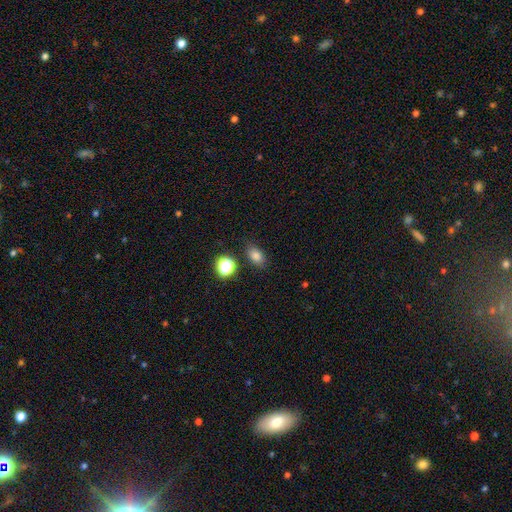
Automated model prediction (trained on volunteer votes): Smooth or featured?
  - smooth: 80% *
  - star or artifact: 14%
  - featured or disk: 7%
How rounded?
  - in between: 79% *
  - round: 18%
  - cigar-shaped: 2%
Merging?
  - none: 83% *
  - minor disturbance: 11%
  - merger: 3%
  - major disturbance: 3%